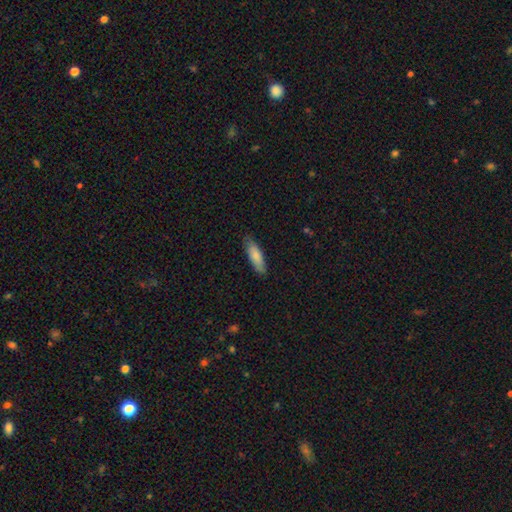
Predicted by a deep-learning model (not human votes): Overall: smooth (82%). How rounded: cigar-shaped (52%; in between 47%). Merging: none (82%).